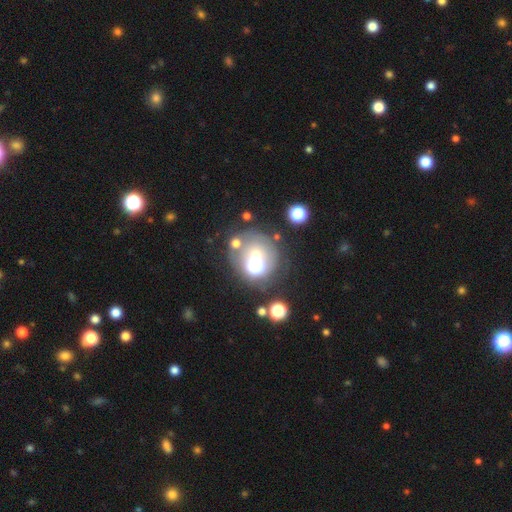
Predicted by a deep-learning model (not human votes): Overall: smooth (40%; star or artifact 32%). Merging: none (55%; merger 18%).